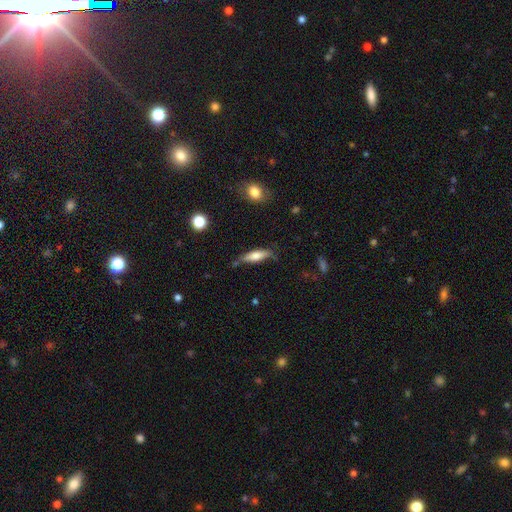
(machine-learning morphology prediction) Smooth or featured?
  - smooth: 63% *
  - featured or disk: 30%
  - star or artifact: 7%
How rounded?
  - cigar-shaped: 61% *
  - in between: 37%
  - round: 2%
Merging?
  - none: 68% *
  - minor disturbance: 23%
  - major disturbance: 5%
  - merger: 4%